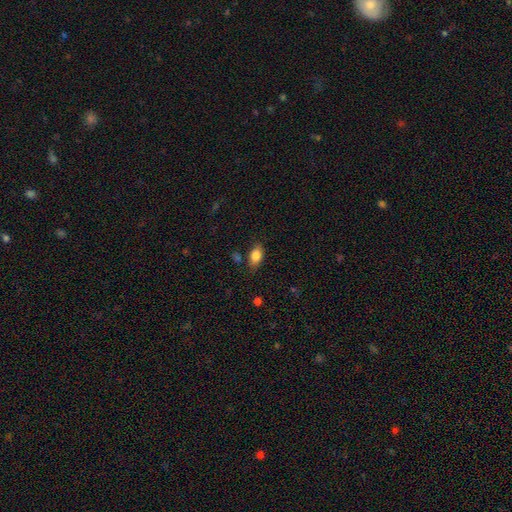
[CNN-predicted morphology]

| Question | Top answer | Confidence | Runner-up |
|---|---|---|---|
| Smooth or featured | smooth | 84% | star or artifact (8%) |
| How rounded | in between | 88% | round (8%) |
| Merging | none | 78% | minor disturbance (15%) |